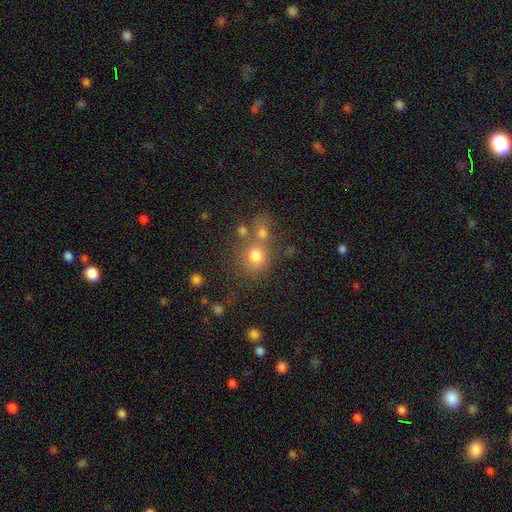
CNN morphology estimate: smooth-or-featured: smooth: 74% | star or artifact: 15% | featured or disk: 10%
  how-rounded: round: 82% | in between: 17% | cigar-shaped: 1%
  merging: none: 51% | merger: 32% | minor disturbance: 11% | major disturbance: 6%